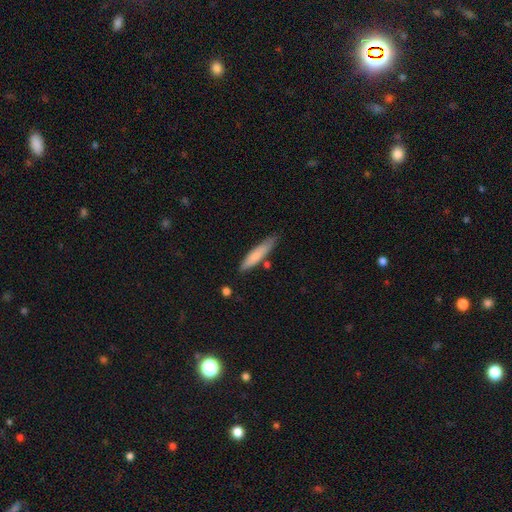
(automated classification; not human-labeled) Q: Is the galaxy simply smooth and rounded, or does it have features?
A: smooth — 75%.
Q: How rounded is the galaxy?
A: cigar-shaped — 84%.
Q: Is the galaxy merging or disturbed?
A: none — 76%.